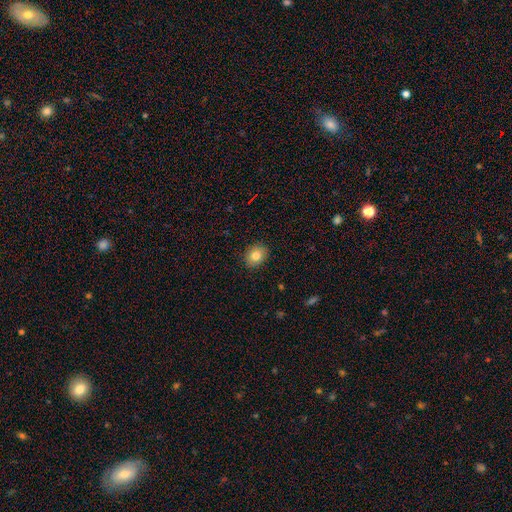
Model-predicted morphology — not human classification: smooth-or-featured: smooth: 81% | star or artifact: 10% | featured or disk: 9%
  how-rounded: round: 50% | in between: 49% | cigar-shaped: 1%
  merging: none: 90% | minor disturbance: 7% | major disturbance: 2% | merger: 1%